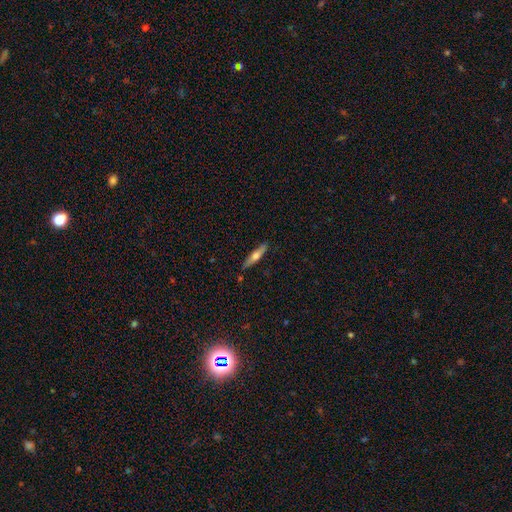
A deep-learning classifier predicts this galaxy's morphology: Smooth or featured?
  - featured or disk: 49% *
  - smooth: 45%
  - star or artifact: 6%
Merging?
  - none: 86% *
  - minor disturbance: 10%
  - merger: 2%
  - major disturbance: 2%